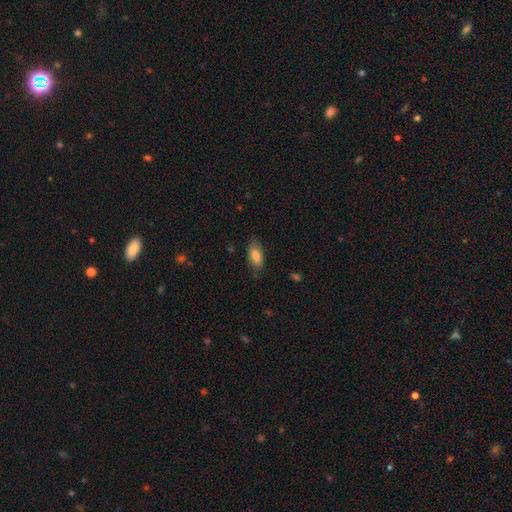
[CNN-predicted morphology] This appears to be a smooth galaxy with no disk features (81%) that is in between round and cigar-shaped (87%). Merging: none (77%).